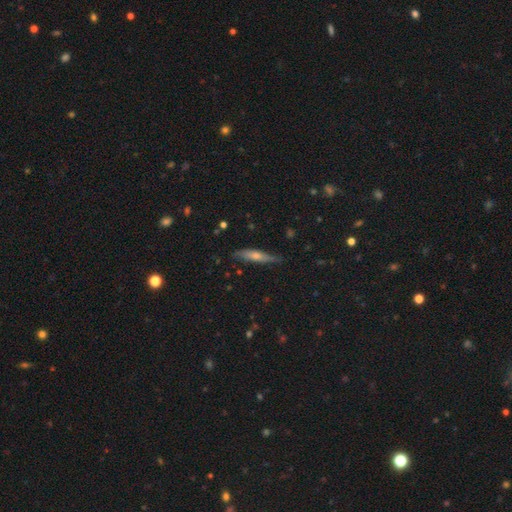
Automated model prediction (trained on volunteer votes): Smooth or featured? featured or disk (53%)
Edge-on disk? yes (89%)
Merging? none (81%)